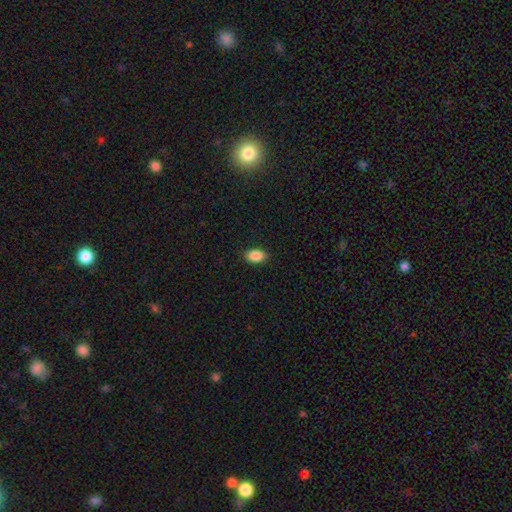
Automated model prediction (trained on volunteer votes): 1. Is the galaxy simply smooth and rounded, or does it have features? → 88% smooth, 8% star or artifact, 4% featured or disk.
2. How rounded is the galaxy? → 91% in between, 8% round, 2% cigar-shaped.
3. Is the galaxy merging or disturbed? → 89% none, 8% minor disturbance, 2% major disturbance, 1% merger.